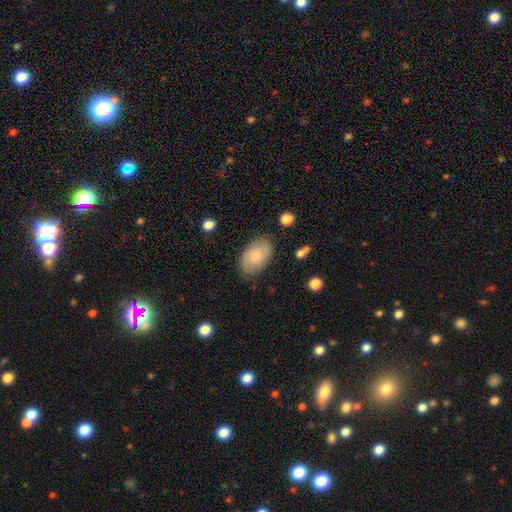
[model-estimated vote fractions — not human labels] smooth-or-featured: smooth: 77% | featured or disk: 16% | star or artifact: 6%
  how-rounded: in between: 93% | round: 6% | cigar-shaped: 1%
  merging: none: 81% | minor disturbance: 14% | major disturbance: 3% | merger: 2%